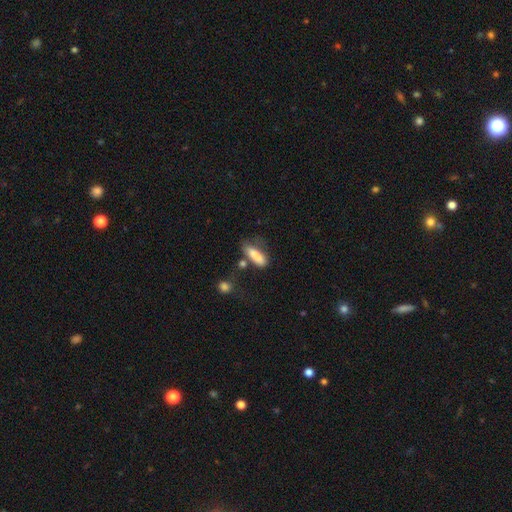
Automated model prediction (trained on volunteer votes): Smooth or featured: smooth — 82% (featured or disk — 11%)
How rounded: cigar-shaped — 49% (in between — 48%)
Merging: none — 48% (minor disturbance — 25%)